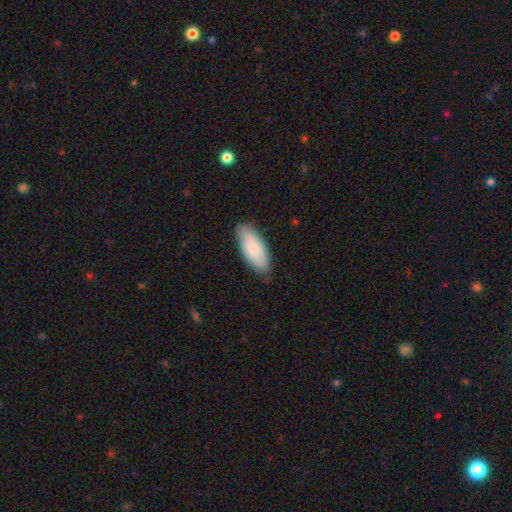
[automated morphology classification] smooth-or-featured: smooth: 83% | featured or disk: 11% | star or artifact: 5%
  how-rounded: in between: 84% | cigar-shaped: 15% | round: 2%
  merging: none: 82% | minor disturbance: 14% | major disturbance: 2% | merger: 1%